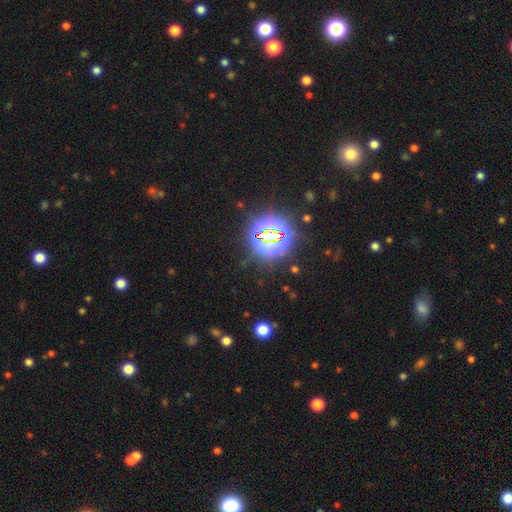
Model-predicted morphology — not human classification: The model was most divided on "smooth or featured": star or artifact: 83%, smooth: 11%, featured or disk: 6%.